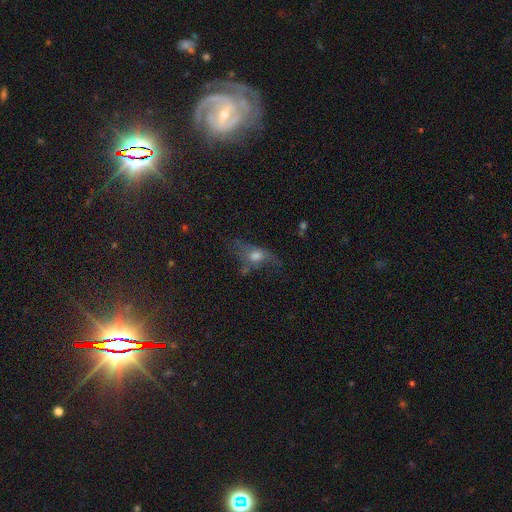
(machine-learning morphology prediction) A smooth galaxy with no disk features (41%). Merging: none (45%).